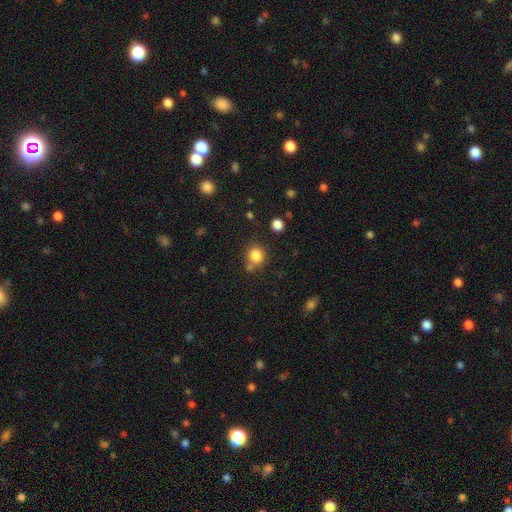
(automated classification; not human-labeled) A smooth galaxy with no disk features (83%) that is round (83%).

Vote fractions:
- Smooth or featured? smooth: 83% / star or artifact: 11% / featured or disk: 6%
- How rounded? round: 83% / in between: 17% / cigar-shaped: 1%
- Merging? none: 69% / merger: 15% / minor disturbance: 12% / major disturbance: 4%